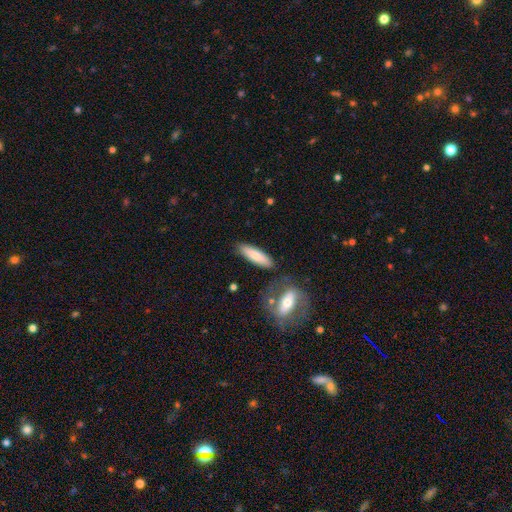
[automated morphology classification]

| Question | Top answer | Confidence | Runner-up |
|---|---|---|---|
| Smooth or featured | smooth | 79% | featured or disk (16%) |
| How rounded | cigar-shaped | 62% | in between (36%) |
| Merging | none | 78% | minor disturbance (12%) |